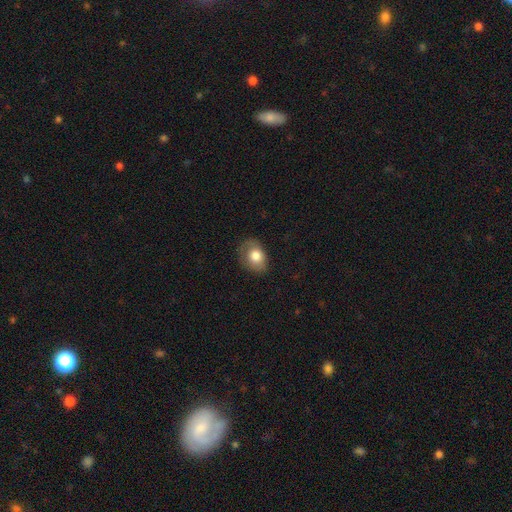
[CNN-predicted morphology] This is likely a smooth galaxy (76%). How rounded: likely in between (65%). Merging: likely none (69%).